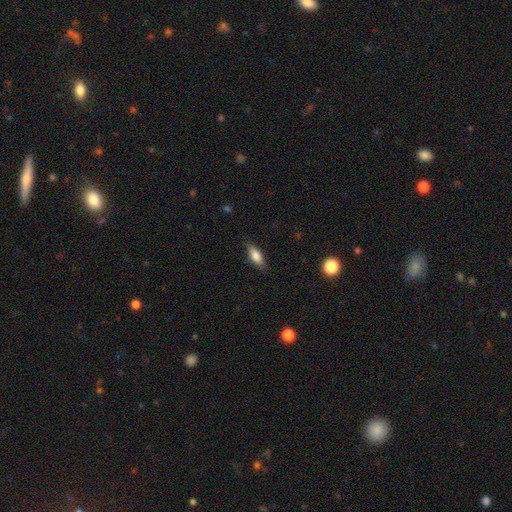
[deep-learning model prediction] This is likely a smooth galaxy (75%). How rounded: likely in between (67%). Merging: clearly none (81%).